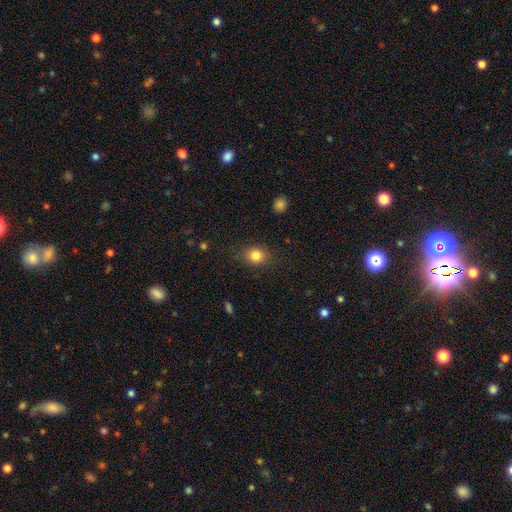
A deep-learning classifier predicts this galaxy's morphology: smooth_or_featured: smooth (p=0.83) [alt: star or artifact p=0.11]
how_rounded: round (p=0.64) [alt: in between p=0.35]
merging: none (p=0.82) [alt: minor disturbance p=0.13]